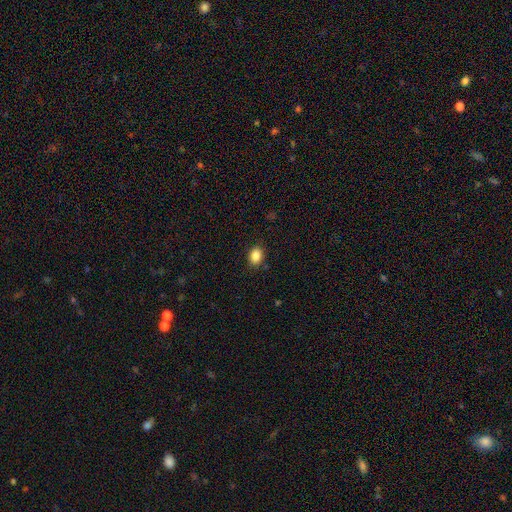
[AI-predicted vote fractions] Q: Smooth or featured?
A: smooth (87%); runner-up: star or artifact (9%)
Q: How rounded?
A: in between (71%); runner-up: round (28%)
Q: Merging?
A: none (87%); runner-up: minor disturbance (10%)